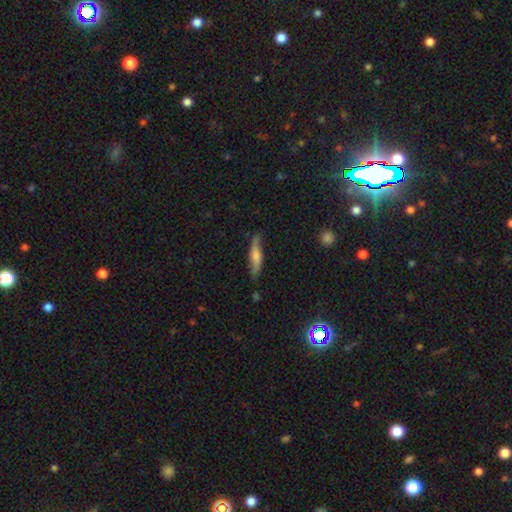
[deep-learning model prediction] Smooth or featured? smooth (50%)
Merging? none (77%)